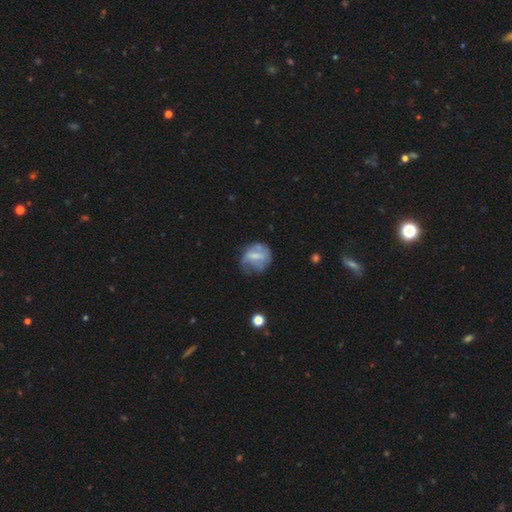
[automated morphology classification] Q: Smooth or featured?
A: featured or disk (46%); runner-up: smooth (45%)
Q: Merging?
A: none (42%); runner-up: minor disturbance (31%)